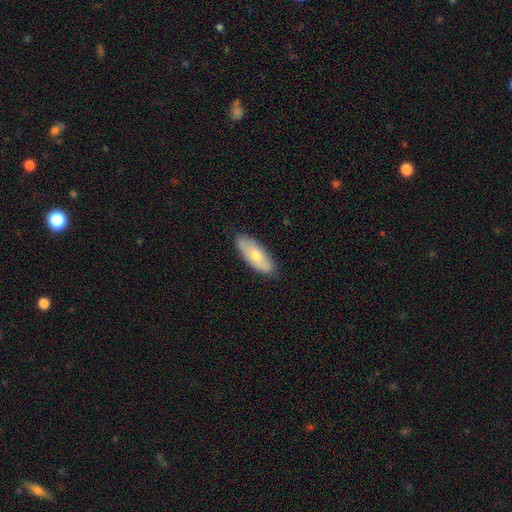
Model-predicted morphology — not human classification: Overall: smooth (67%; featured or disk 28%). How rounded: in between (74%). Merging: none (85%).